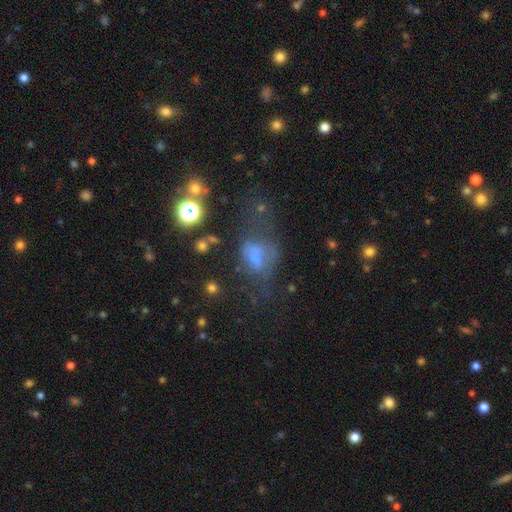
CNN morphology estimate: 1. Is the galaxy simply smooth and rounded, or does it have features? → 47% smooth, 28% featured or disk, 25% star or artifact.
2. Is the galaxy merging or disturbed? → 39% major disturbance, 28% none, 20% minor disturbance, 13% merger.